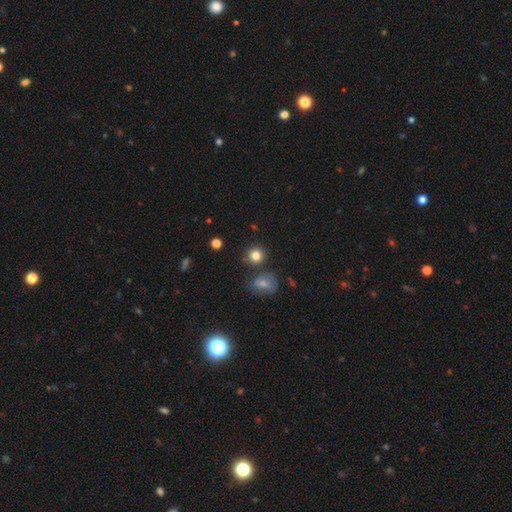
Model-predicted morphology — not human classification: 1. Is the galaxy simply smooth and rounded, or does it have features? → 81% smooth, 11% star or artifact, 8% featured or disk.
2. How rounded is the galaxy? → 86% round, 12% in between, 1% cigar-shaped.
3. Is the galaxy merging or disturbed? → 77% none, 11% minor disturbance, 9% merger, 4% major disturbance.